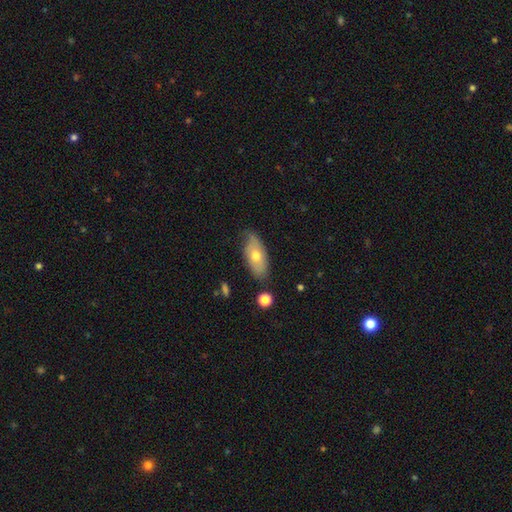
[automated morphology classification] A smooth galaxy with no disk features (63%) that is in between round and cigar-shaped (87%). Merging: none (69%).